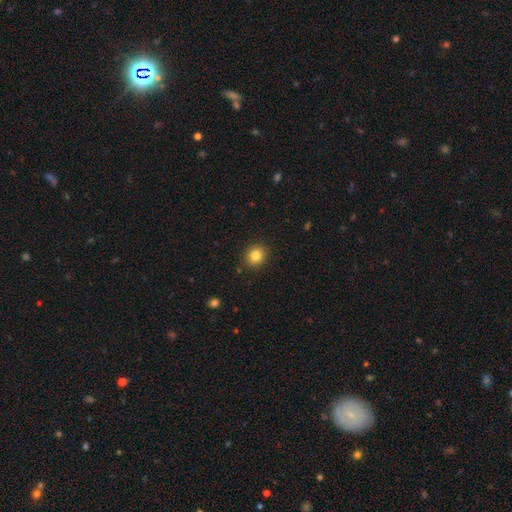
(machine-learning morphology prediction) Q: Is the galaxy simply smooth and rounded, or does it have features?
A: smooth — 83%.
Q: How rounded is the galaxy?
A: round — 75%.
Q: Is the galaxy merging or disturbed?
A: none — 90%.